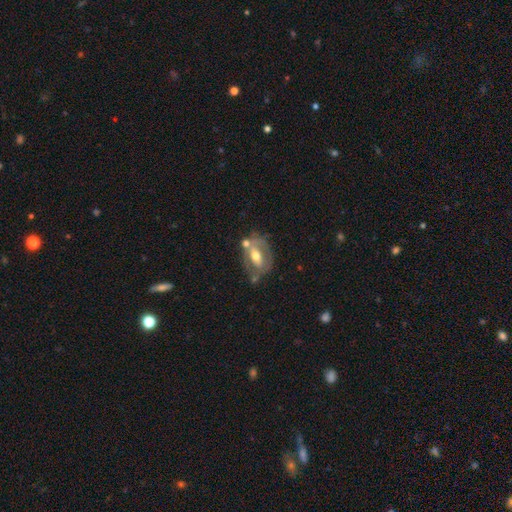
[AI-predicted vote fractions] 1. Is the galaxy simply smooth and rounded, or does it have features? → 66% featured or disk, 27% smooth, 7% star or artifact.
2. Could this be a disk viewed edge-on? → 91% no, 9% yes.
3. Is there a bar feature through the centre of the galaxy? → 37% no, 34% weak, 29% strong.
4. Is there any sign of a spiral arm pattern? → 61% no, 39% yes.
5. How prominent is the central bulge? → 72% moderate, 18% small, 8% large, 1% none, 1% dominant.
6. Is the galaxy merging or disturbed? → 53% none, 22% minor disturbance, 14% merger, 11% major disturbance.